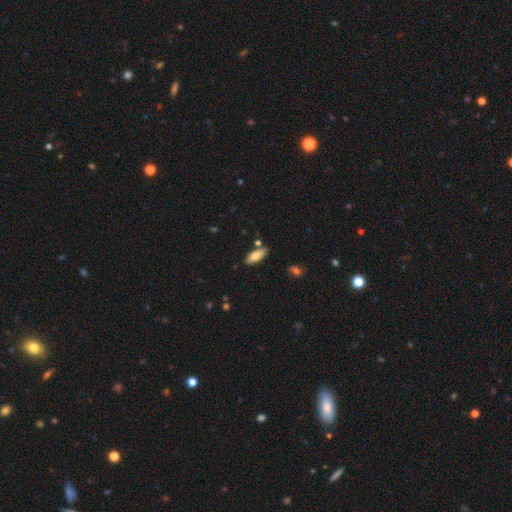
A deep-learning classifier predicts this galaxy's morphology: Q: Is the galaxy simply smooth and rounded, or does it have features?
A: smooth — 79%.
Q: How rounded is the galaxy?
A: in between — 80%.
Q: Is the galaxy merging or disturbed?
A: none — 82%.